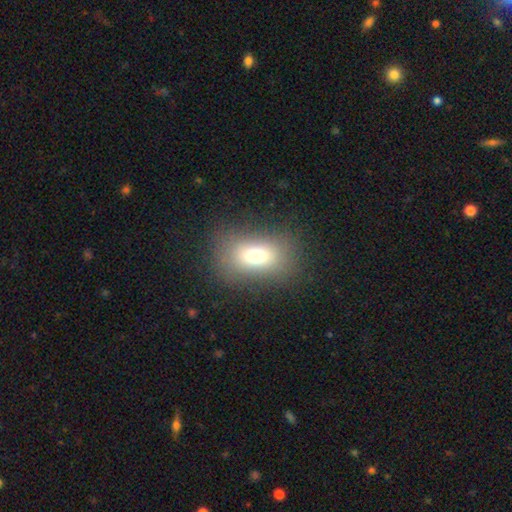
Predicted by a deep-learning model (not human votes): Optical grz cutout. It shows a smooth galaxy with no disk features (72%) that is in between round and cigar-shaped (76%). Merging: none (79%).